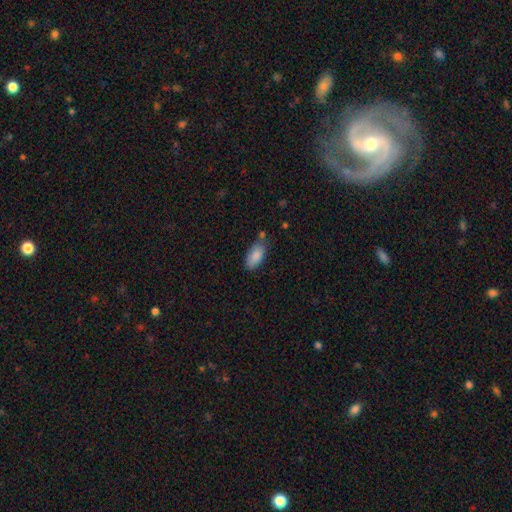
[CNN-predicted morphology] The model was most divided on "merging": none: 63%, minor disturbance: 24%, merger: 8%, major disturbance: 5%. More confident: how rounded — in between (89%); smooth or featured — smooth (87%).